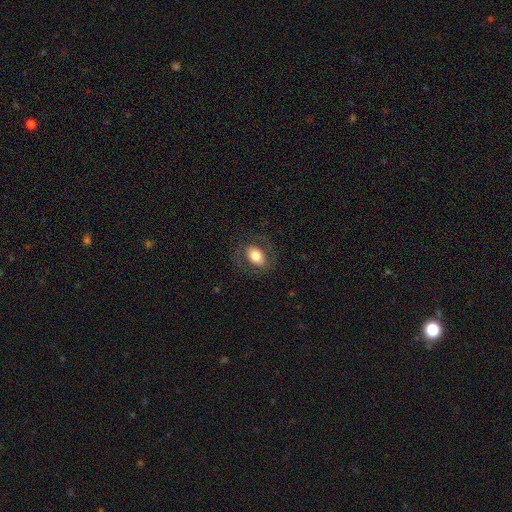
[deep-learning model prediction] Smooth or featured: smooth — 68% (featured or disk — 25%)
How rounded: in between — 76% (round — 22%)
Merging: none — 76% (minor disturbance — 13%)